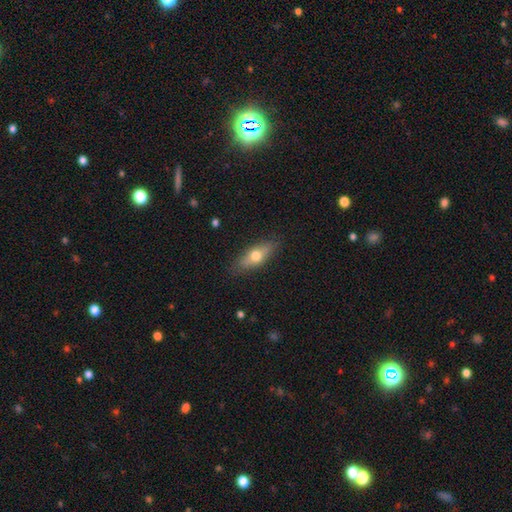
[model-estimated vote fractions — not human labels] smooth 60%, featured or disk 33%, star or artifact 7%. Down the decision tree: how rounded — in between (64%); merging — none (83%).